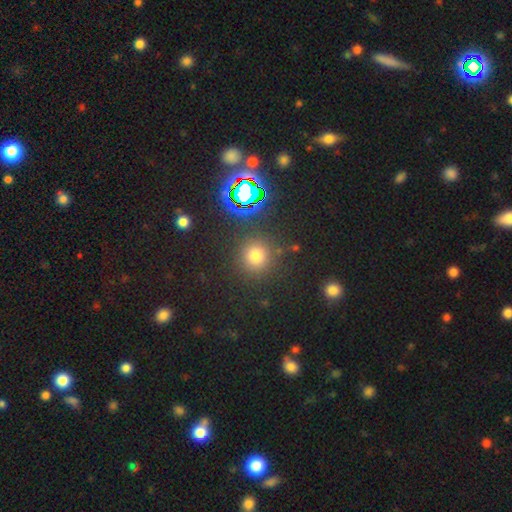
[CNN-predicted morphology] A smooth galaxy with no disk features (69%) that is round (92%). Merging: none (85%).